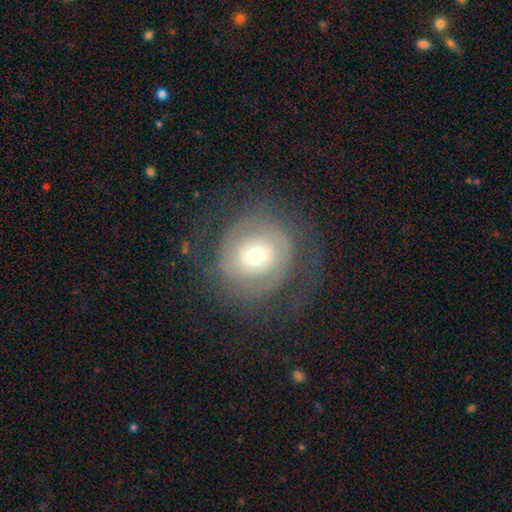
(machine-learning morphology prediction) smooth-or-featured: featured or disk: 72% | smooth: 21% | star or artifact: 7%
  disk-edge-on: no: 97% | yes: 3%
    bar: no: 63% | weak: 27% | strong: 9%
    has-spiral-arms: yes: 81% | no: 19%
      spiral-winding: tight: 67% | medium: 24% | loose: 10%
      spiral-arm-count: 2: 50% | can't tell: 28% | 1: 8% | 3: 7% | 4: 3% | more than 4: 3%
    bulge-size: moderate: 63% | small: 25% | large: 9% | dominant: 2% | none: 1%
  merging: none: 73% | minor disturbance: 13% | major disturbance: 13% | merger: 1%